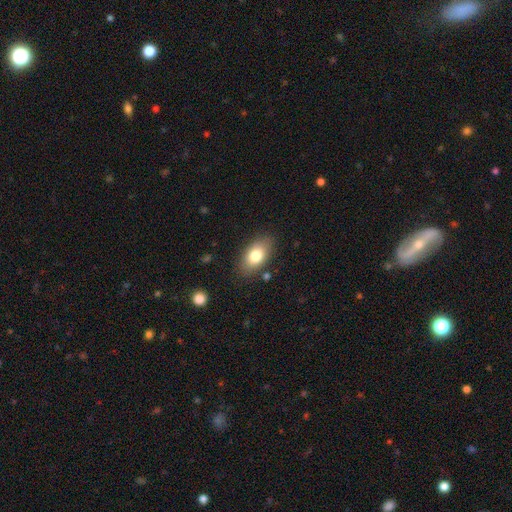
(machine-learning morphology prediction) This appears to be a smooth galaxy with no disk features (78%) that is in between round and cigar-shaped (90%). Merging: none (82%).